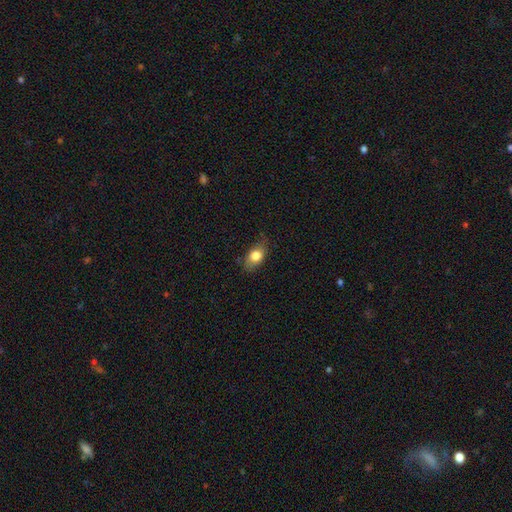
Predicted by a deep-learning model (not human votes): Smooth or featured: smooth — 79% (featured or disk — 13%)
How rounded: in between — 81% (round — 16%)
Merging: none — 74% (minor disturbance — 20%)